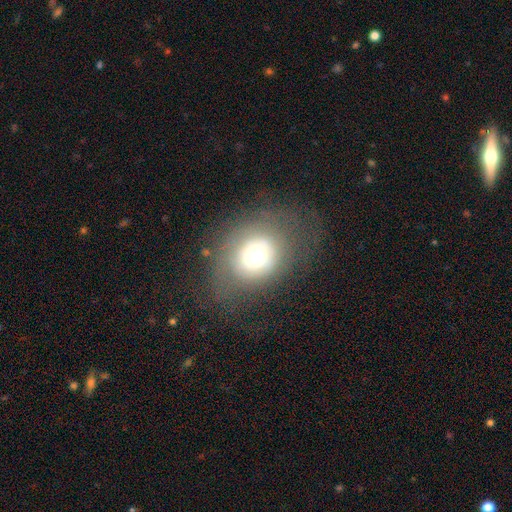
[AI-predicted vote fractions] This appears to be a smooth galaxy with no disk features (57%) that is round (60%). Merging: none (64%).